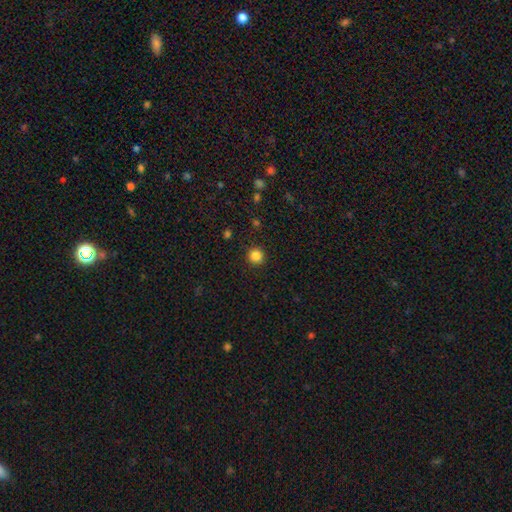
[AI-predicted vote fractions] smooth_or_featured: smooth (p=0.85) [alt: star or artifact p=0.12]
how_rounded: round (p=0.95) [alt: in between p=0.04]
merging: none (p=0.92) [alt: minor disturbance p=0.05]